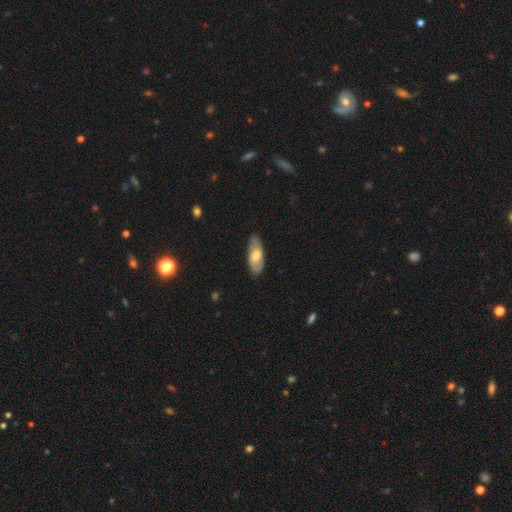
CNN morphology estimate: Smooth or featured?
  - smooth: 51% *
  - featured or disk: 44%
  - star or artifact: 5%
How rounded?
  - in between: 83% *
  - cigar-shaped: 15%
  - round: 3%
Merging?
  - none: 81% *
  - minor disturbance: 14%
  - major disturbance: 3%
  - merger: 1%